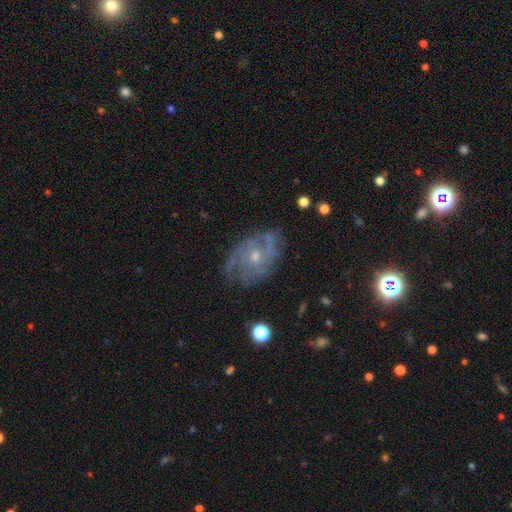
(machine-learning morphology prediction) smooth_or_featured: featured or disk (p=0.80) [alt: smooth p=0.11]
disk_edge_on: no (p=0.97) [alt: yes p=0.03]
bar: no (p=0.70) [alt: weak p=0.26]
has_spiral_arms: yes (p=0.90) [alt: no p=0.10]
spiral_winding: tight (p=0.46) [alt: medium p=0.40]
spiral_arm_count: can't tell (p=0.36) [alt: 2 p=0.21]
bulge_size: small (p=0.61) [alt: moderate p=0.35]
merging: none (p=0.69) [alt: minor disturbance p=0.20]